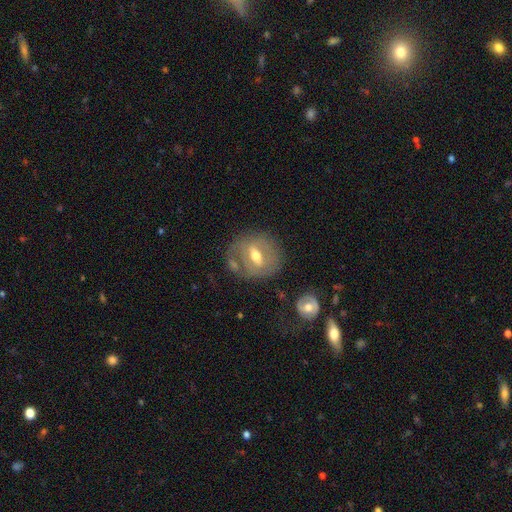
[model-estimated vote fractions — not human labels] Morphology: type=featured or disk (62%); edge-on=no (84%); bar=strong (45%); spiral arms=no (73%); bulge=moderate (72%); merging=none (65%).